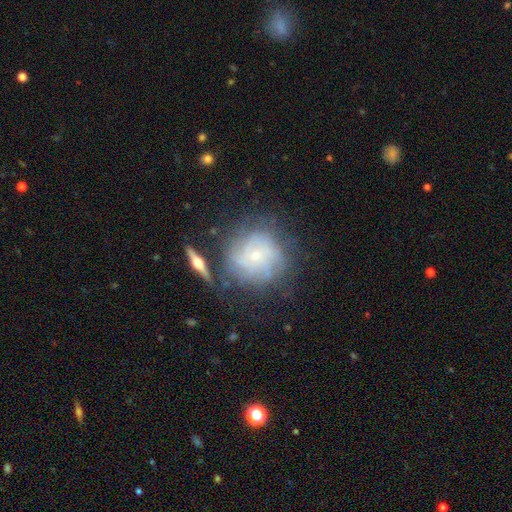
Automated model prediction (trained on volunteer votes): The model was most divided on "smooth or featured": featured or disk: 63%, smooth: 27%, star or artifact: 10%. More confident: edge-on disk — no (93%); bar — no (82%); bulge size — small (77%); spiral arms — yes (75%); merging — none (67%).